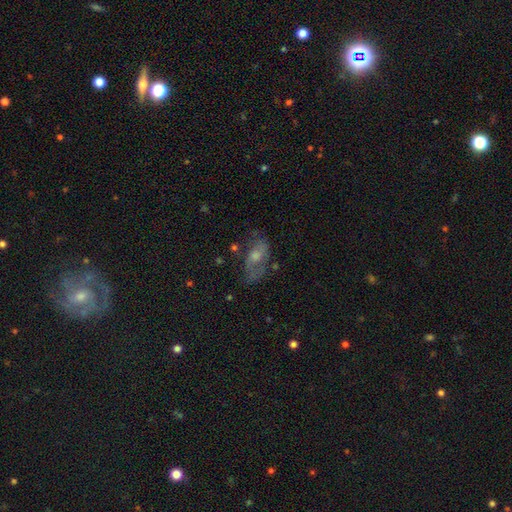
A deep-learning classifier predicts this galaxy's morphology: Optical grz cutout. It shows a featured or disk galaxy (55%). Merging: none (63%).